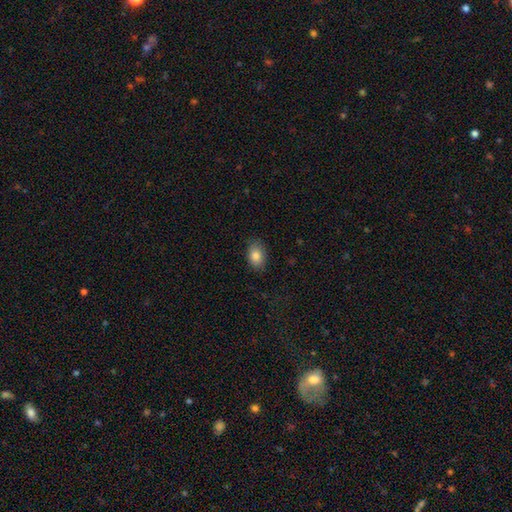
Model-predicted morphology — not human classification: A smooth galaxy with no disk features (84%) that is in between round and cigar-shaped (83%). Merging: none (84%).